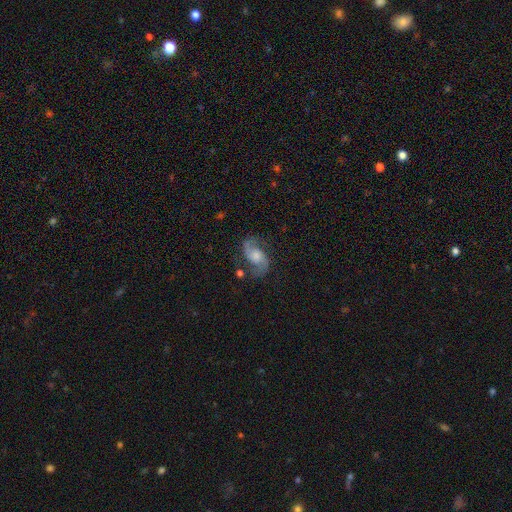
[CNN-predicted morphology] Smooth or featured? Predicted: featured or disk (p=0.85). Edge-on disk? Predicted: no (p=0.98). Bar? Predicted: no (p=0.60). Spiral arms? Predicted: yes (p=0.97). Spiral winding? Predicted: medium (p=0.45, tied with loose). Spiral arm count? Predicted: 2 (p=0.93). Bulge size? Predicted: moderate (p=0.46). Merging? Predicted: none (p=0.72).